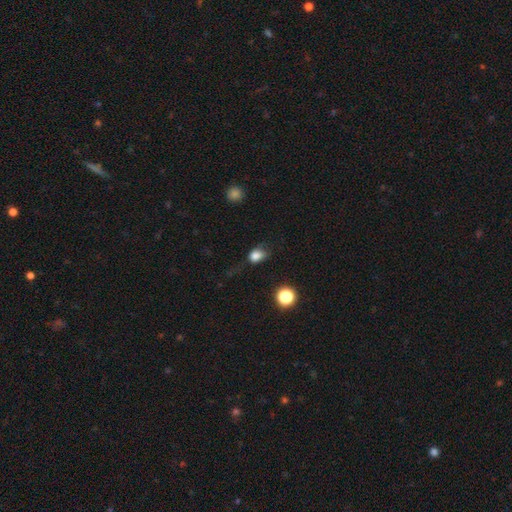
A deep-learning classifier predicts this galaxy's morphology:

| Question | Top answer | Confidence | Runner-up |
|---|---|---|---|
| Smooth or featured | smooth | 77% | star or artifact (13%) |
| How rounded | in between | 61% | round (38%) |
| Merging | none | 39% | minor disturbance (32%) |